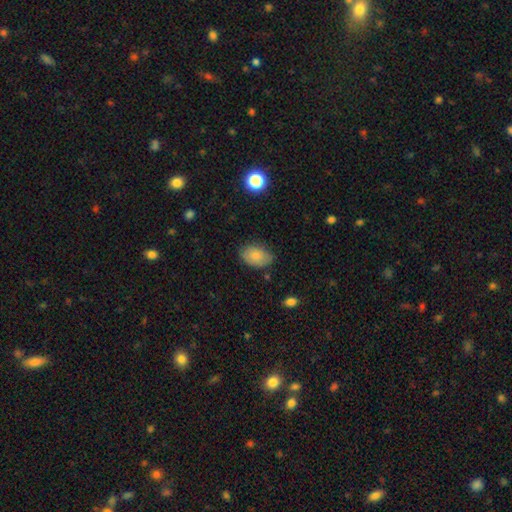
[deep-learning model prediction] Smooth or featured? smooth (80%)
How rounded? in between (86%)
Merging? none (75%)